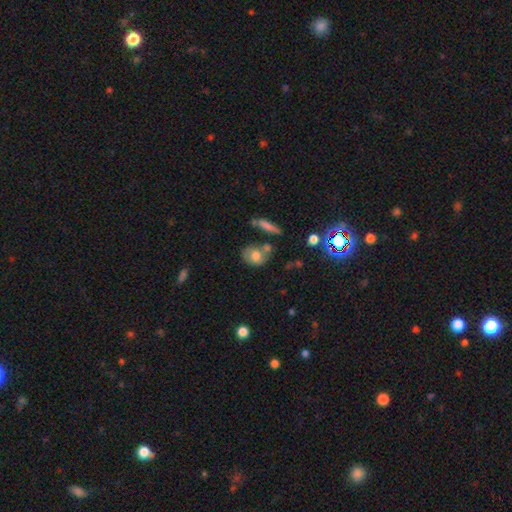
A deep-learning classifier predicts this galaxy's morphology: smooth_or_featured: smooth (p=0.68) [alt: featured or disk p=0.22]
how_rounded: in between (p=0.50) [alt: round p=0.47]
merging: none (p=0.45) [alt: merger p=0.23]